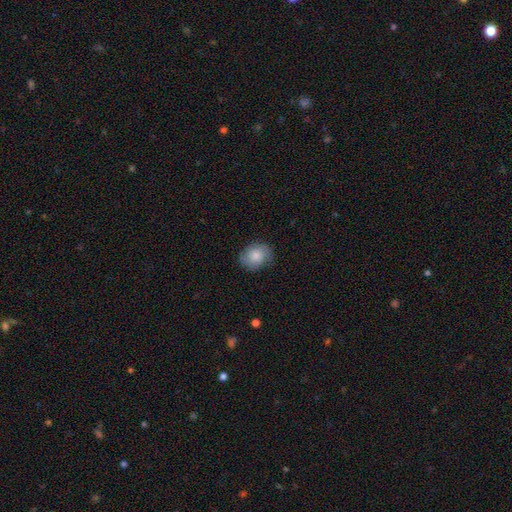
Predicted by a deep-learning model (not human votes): Q: Smooth or featured?
A: smooth (69%); runner-up: featured or disk (23%)
Q: How rounded?
A: round (61%); runner-up: in between (38%)
Q: Merging?
A: none (74%); runner-up: minor disturbance (20%)